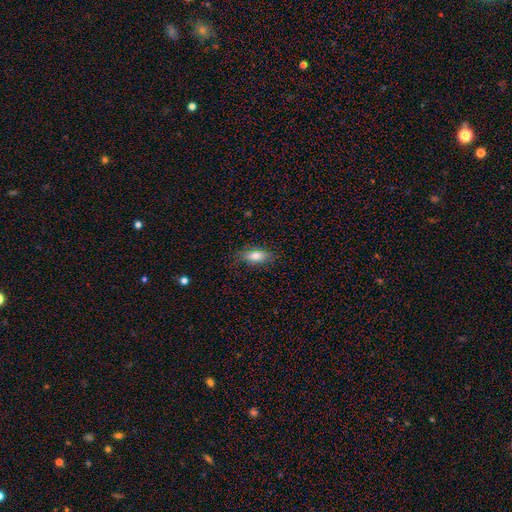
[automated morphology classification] Overall: smooth (78%). How rounded: in between (81%). Merging: none (76%).